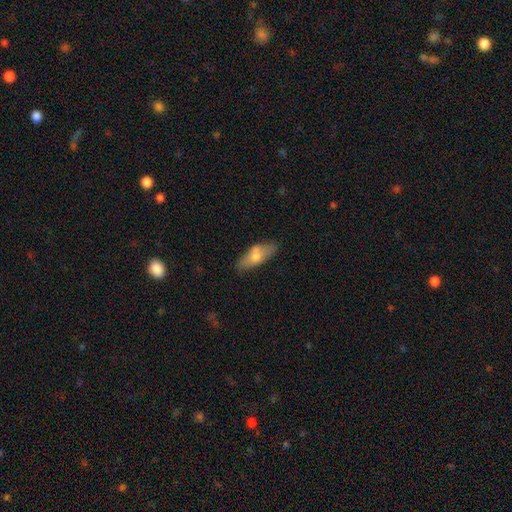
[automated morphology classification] A smooth galaxy with no disk features (65%) that is in between round and cigar-shaped (74%).

Vote fractions:
- Smooth or featured? smooth: 65% / featured or disk: 28% / star or artifact: 6%
- How rounded? in between: 74% / cigar-shaped: 23% / round: 3%
- Merging? none: 70% / minor disturbance: 21% / major disturbance: 5% / merger: 4%